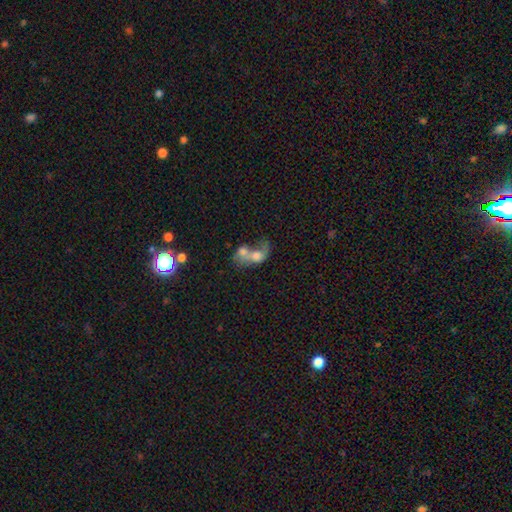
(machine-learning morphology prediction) Q: Smooth or featured?
A: smooth (51%); runner-up: featured or disk (36%)
Q: How rounded?
A: in between (62%); runner-up: round (36%)
Q: Merging?
A: merger (73%); runner-up: major disturbance (12%)